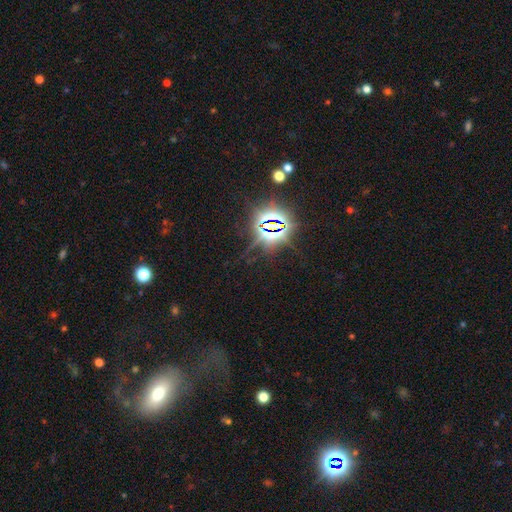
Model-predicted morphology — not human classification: This is likely a star or artifact rather than a galaxy (72%).